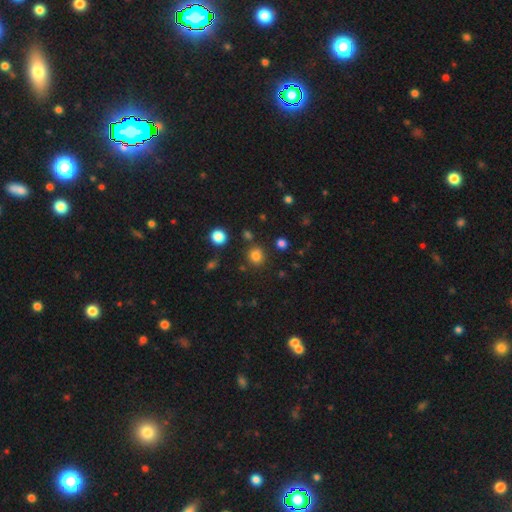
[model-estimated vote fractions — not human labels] smooth-or-featured: smooth: 81% | star or artifact: 15% | featured or disk: 5%
  how-rounded: round: 84% | in between: 15% | cigar-shaped: 1%
  merging: none: 83% | minor disturbance: 9% | merger: 5% | major disturbance: 3%